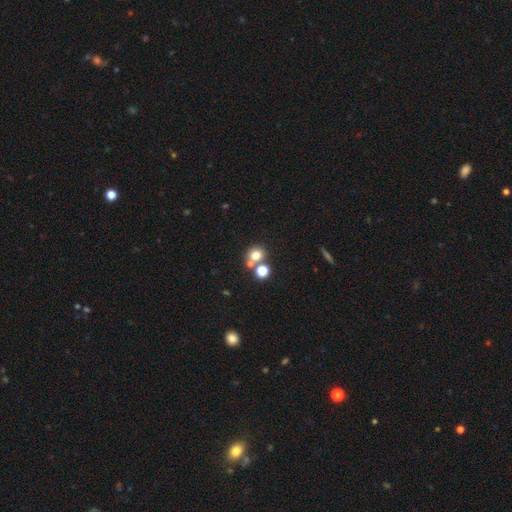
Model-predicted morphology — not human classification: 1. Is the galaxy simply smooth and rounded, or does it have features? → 74% smooth, 16% star or artifact, 10% featured or disk.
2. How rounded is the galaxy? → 81% round, 18% in between, 1% cigar-shaped.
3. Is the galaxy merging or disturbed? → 57% none, 32% merger, 7% minor disturbance, 3% major disturbance.